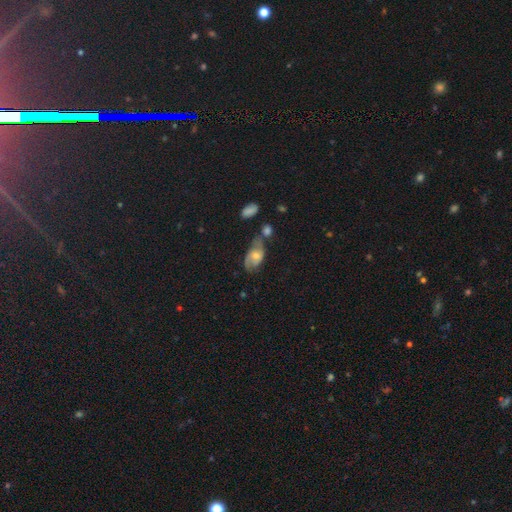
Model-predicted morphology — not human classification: type=featured or disk (46%); merging=none (37%).